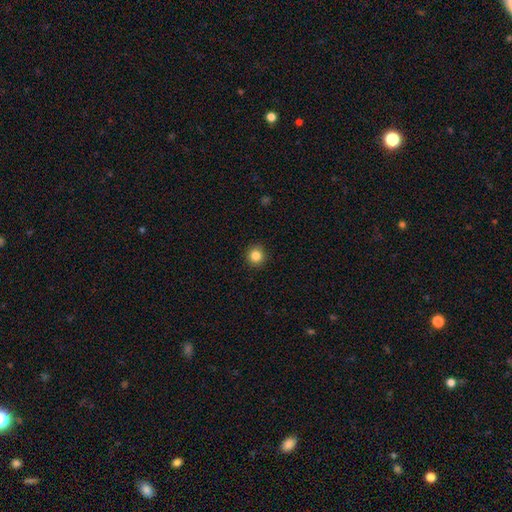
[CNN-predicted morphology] smooth 85%, star or artifact 11%, featured or disk 4%. Down the decision tree: how rounded — round (93%); merging — none (92%).